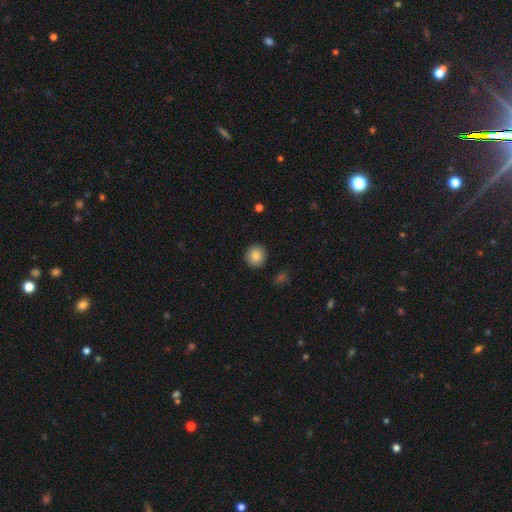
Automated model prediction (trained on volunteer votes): Smooth or featured: smooth — 86% (star or artifact — 8%)
How rounded: round — 92% (in between — 7%)
Merging: none — 92% (minor disturbance — 5%)